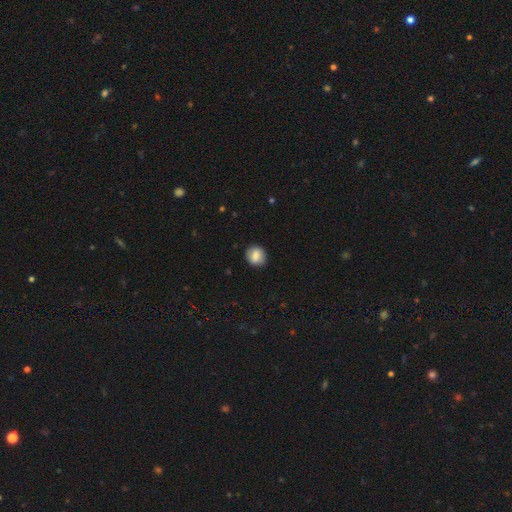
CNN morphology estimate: This is likely a smooth galaxy (79%). How rounded: likely round (79%). Merging: clearly none (87%).